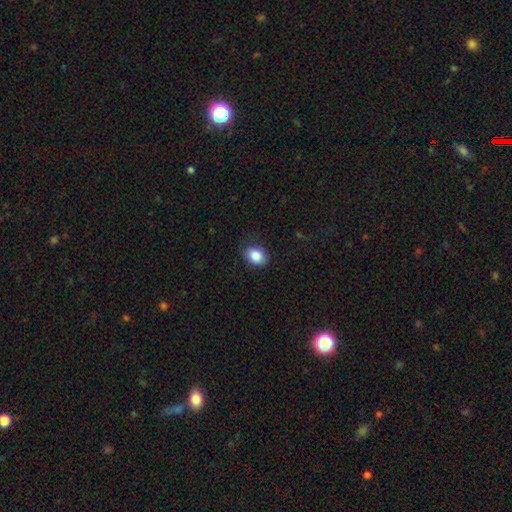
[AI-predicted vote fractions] Smooth or featured: smooth — 87% (star or artifact — 8%)
How rounded: in between — 66% (round — 33%)
Merging: none — 83% (minor disturbance — 13%)